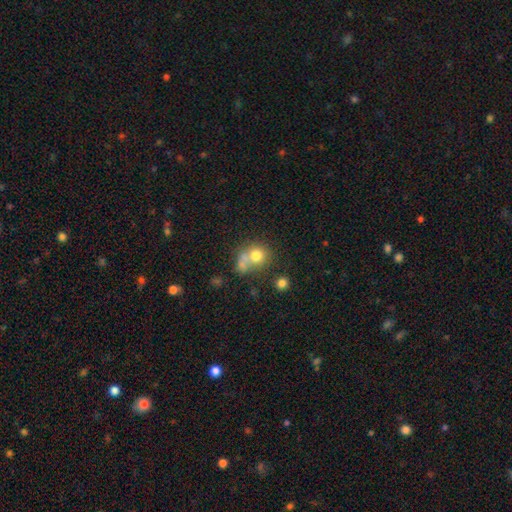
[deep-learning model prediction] A smooth galaxy with no disk features (71%) that is round (78%). Merging: merger (44%).